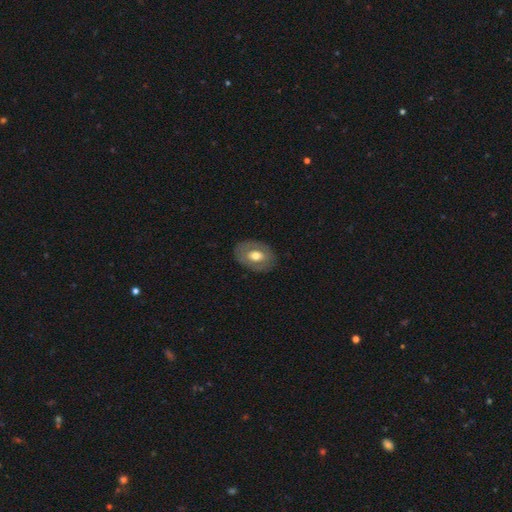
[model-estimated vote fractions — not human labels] A smooth galaxy with no disk features (52%) that is in between round and cigar-shaped (75%). Merging: none (83%).